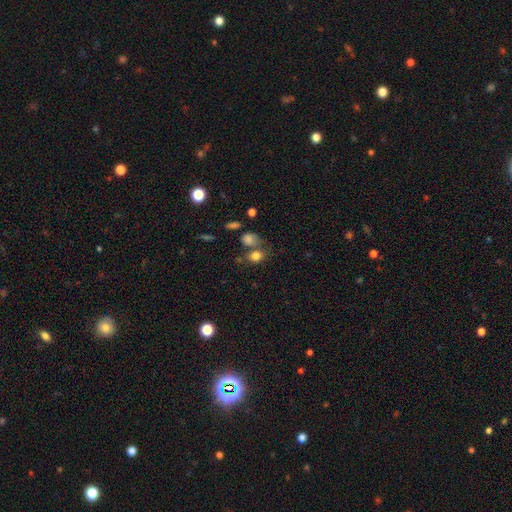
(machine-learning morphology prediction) A smooth galaxy with no disk features (80%) that is round (54%). Merging: none (52%).